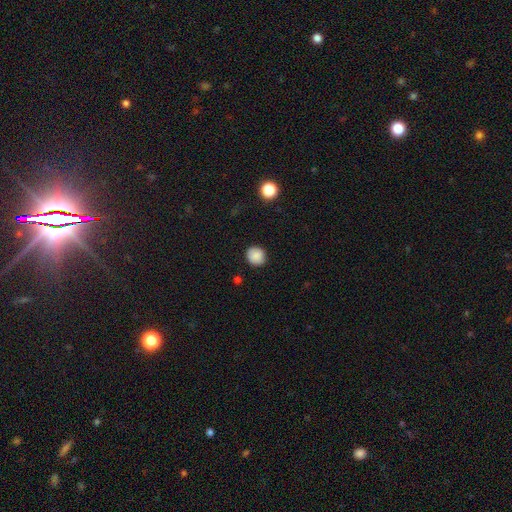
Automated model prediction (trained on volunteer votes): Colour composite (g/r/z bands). It shows a smooth galaxy with no disk features (87%) that is round (86%). Merging: none (87%).